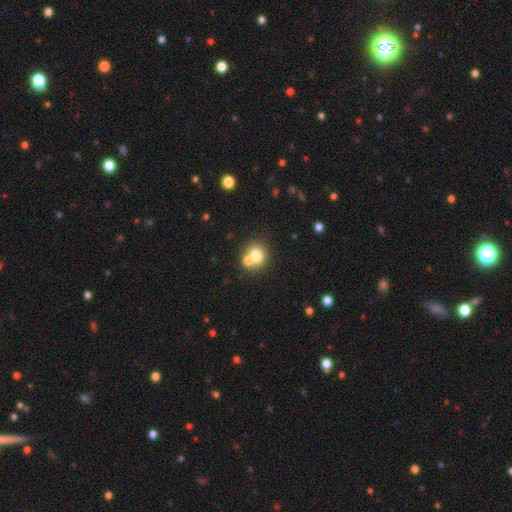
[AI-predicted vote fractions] A smooth galaxy with no disk features (73%) that is round (77%).

Vote fractions:
- Smooth or featured? smooth: 73% / featured or disk: 15% / star or artifact: 12%
- How rounded? round: 77% / in between: 22% / cigar-shaped: 1%
- Merging? none: 49% / merger: 40% / minor disturbance: 8% / major disturbance: 3%